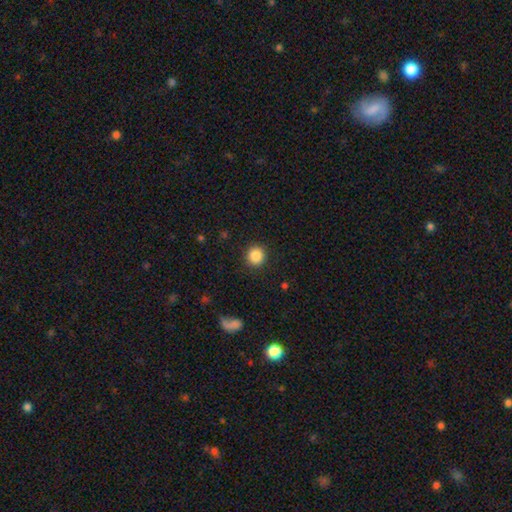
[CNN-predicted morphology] Smooth or featured: smooth — 87% (star or artifact — 10%)
How rounded: round — 93% (in between — 6%)
Merging: none — 91% (minor disturbance — 6%)